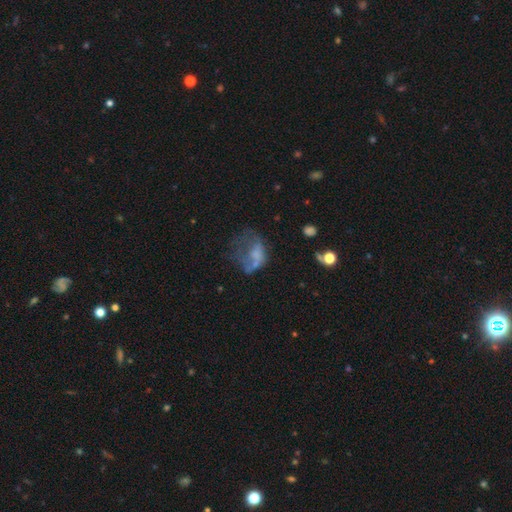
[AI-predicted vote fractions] A smooth galaxy with no disk features (43%). Merging: major disturbance (47%).